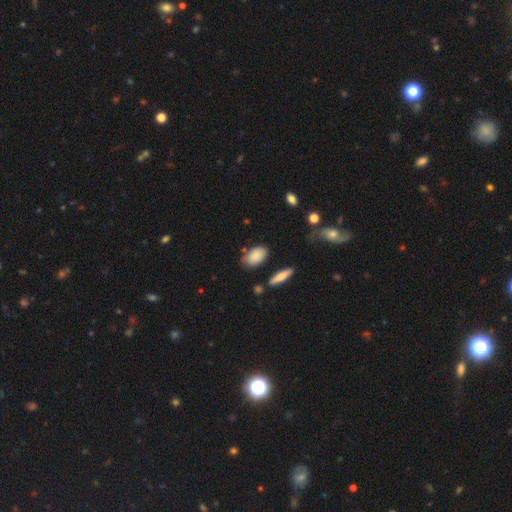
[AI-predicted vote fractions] This appears to be a smooth galaxy with no disk features (83%) that is in between round and cigar-shaped (89%). Merging: none (69%).